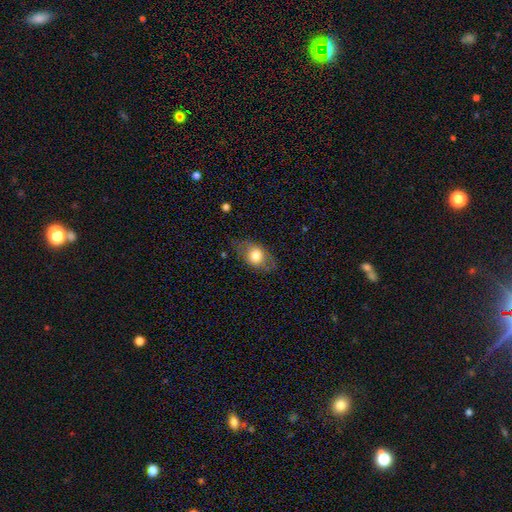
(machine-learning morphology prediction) A smooth galaxy with no disk features (70%) that is in between round and cigar-shaped (80%). Merging: none (69%).